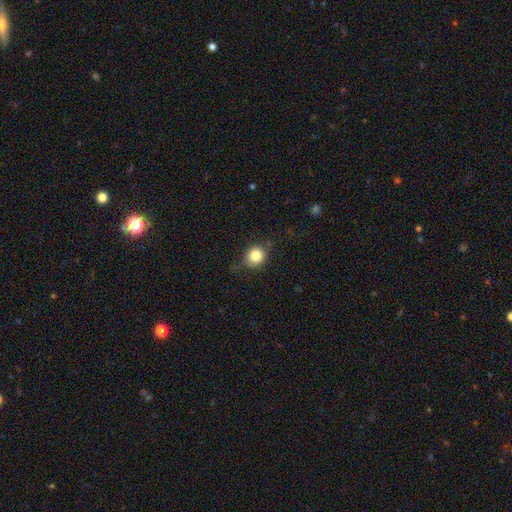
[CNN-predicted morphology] smooth_or_featured: smooth (p=0.82) [alt: star or artifact p=0.11]
how_rounded: round (p=0.79) [alt: in between p=0.20]
merging: none (p=0.76) [alt: minor disturbance p=0.18]